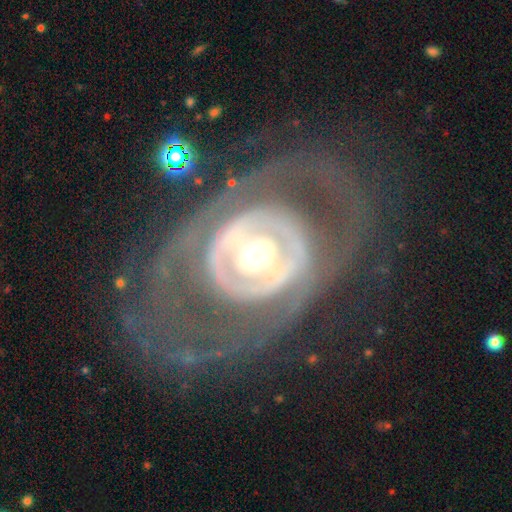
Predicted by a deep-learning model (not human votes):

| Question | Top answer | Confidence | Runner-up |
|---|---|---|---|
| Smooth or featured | featured or disk | 83% | smooth (11%) |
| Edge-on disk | no | 94% | yes (6%) |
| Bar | no | 41% | strong (31%) |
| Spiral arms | yes | 52% | no (48%) |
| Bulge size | moderate | 58% | large (28%) |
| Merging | none | 66% | major disturbance (18%) |